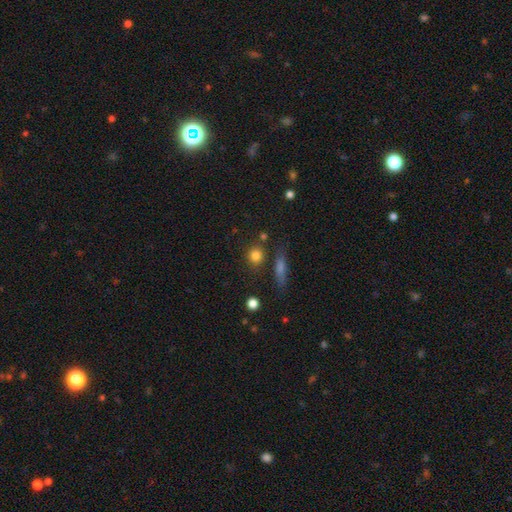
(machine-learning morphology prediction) type=smooth (81%); roundness=round (80%); merging=none (79%).